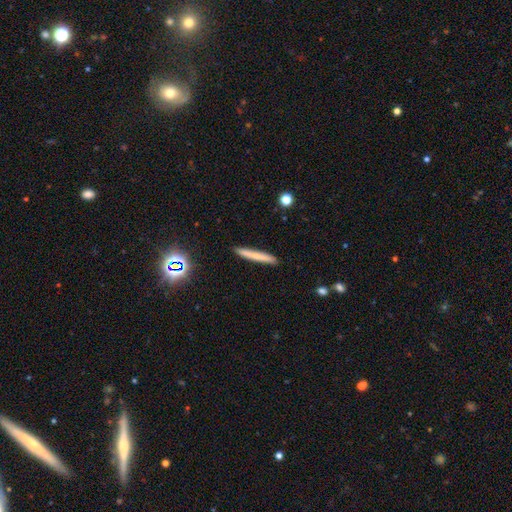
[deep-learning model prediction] Morphology: type=smooth (68%); roundness=cigar-shaped (96%); merging=none (90%).